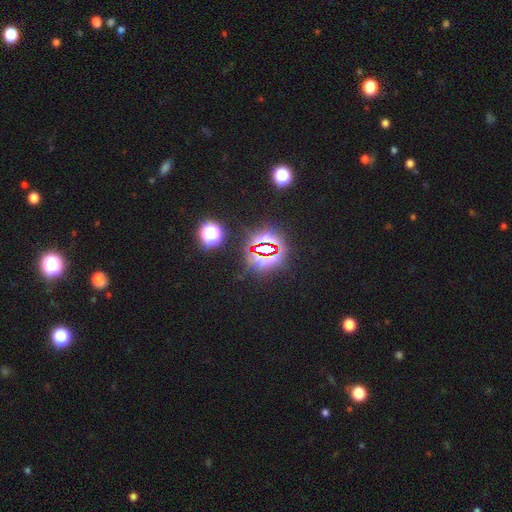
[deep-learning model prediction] star or artifact 82%, smooth 12%, featured or disk 7%.